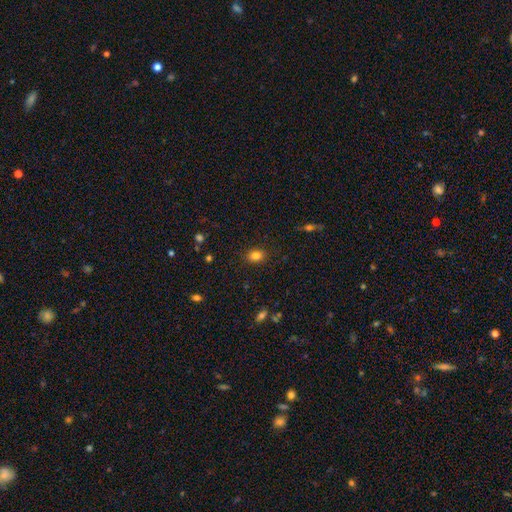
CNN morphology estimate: Overall: smooth (83%). How rounded: in between (64%; round 34%). Merging: none (88%).